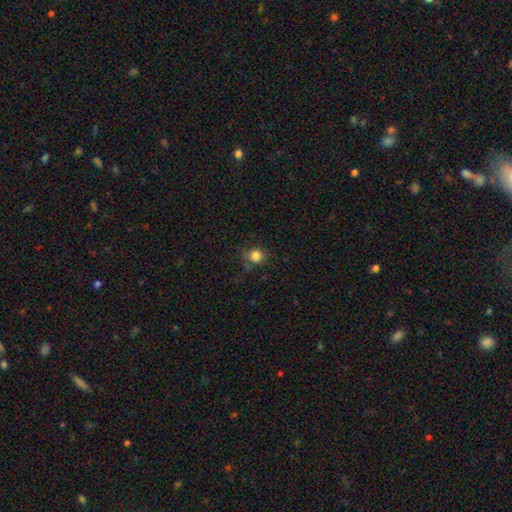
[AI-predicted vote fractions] A smooth galaxy with no disk features (83%) that is round (88%).

Vote fractions:
- Smooth or featured? smooth: 83% / star or artifact: 11% / featured or disk: 5%
- How rounded? round: 88% / in between: 11% / cigar-shaped: 1%
- Merging? none: 75% / minor disturbance: 17% / major disturbance: 5% / merger: 3%